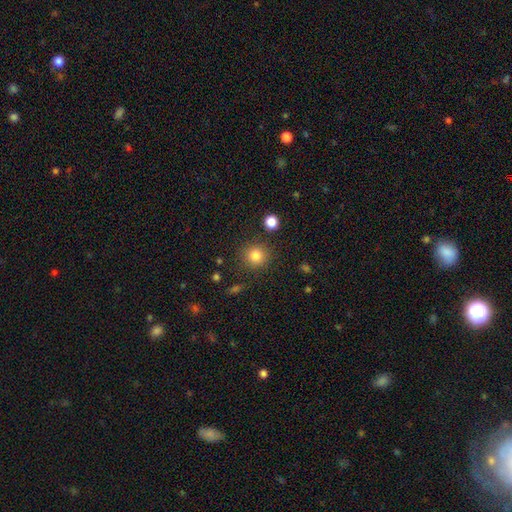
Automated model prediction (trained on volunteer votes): A smooth galaxy with no disk features (83%) that is round (92%).

Vote fractions:
- Smooth or featured? smooth: 83% / star or artifact: 11% / featured or disk: 5%
- How rounded? round: 92% / in between: 7% / cigar-shaped: 1%
- Merging? none: 87% / minor disturbance: 7% / major disturbance: 3% / merger: 3%